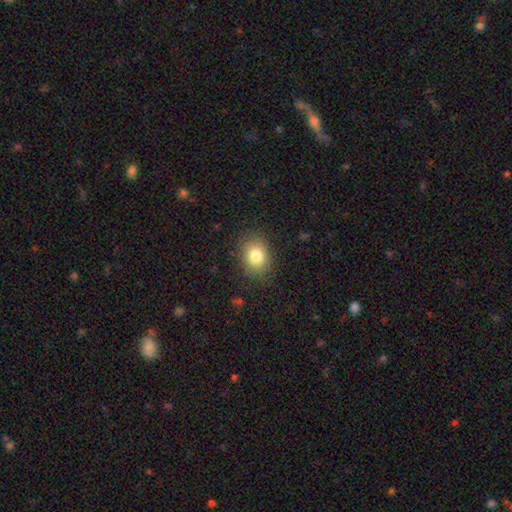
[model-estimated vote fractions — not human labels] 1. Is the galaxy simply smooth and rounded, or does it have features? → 82% smooth, 10% star or artifact, 8% featured or disk.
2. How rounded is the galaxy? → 56% in between, 43% round, 1% cigar-shaped.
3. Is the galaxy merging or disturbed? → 85% none, 10% minor disturbance, 4% major disturbance, 1% merger.